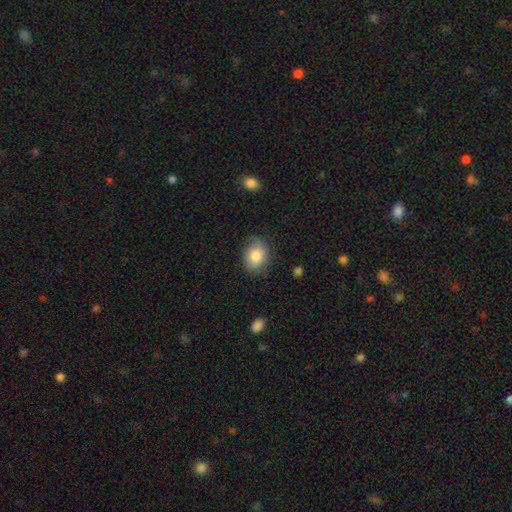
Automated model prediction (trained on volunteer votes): Smooth or featured: smooth — 83% (featured or disk — 9%)
How rounded: in between — 57% (round — 42%)
Merging: none — 76% (minor disturbance — 19%)